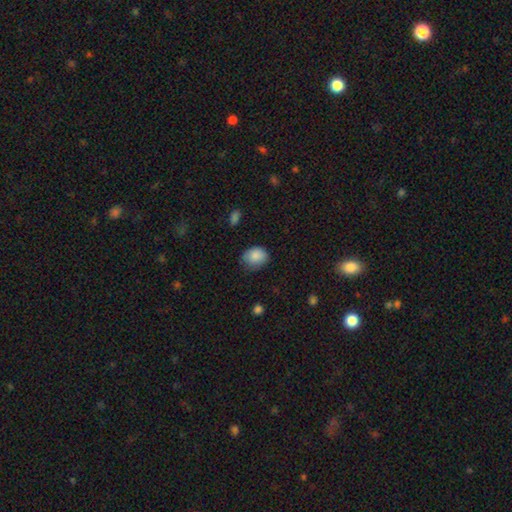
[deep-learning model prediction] A smooth galaxy with no disk features (86%) that is round (53%). Merging: none (68%).